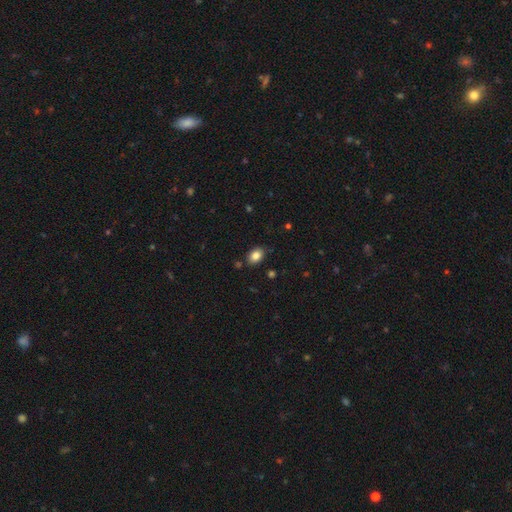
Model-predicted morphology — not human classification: Smooth or featured? Predicted: smooth (p=0.85). How rounded? Predicted: in between (p=0.79). Merging? Predicted: none (p=0.84).